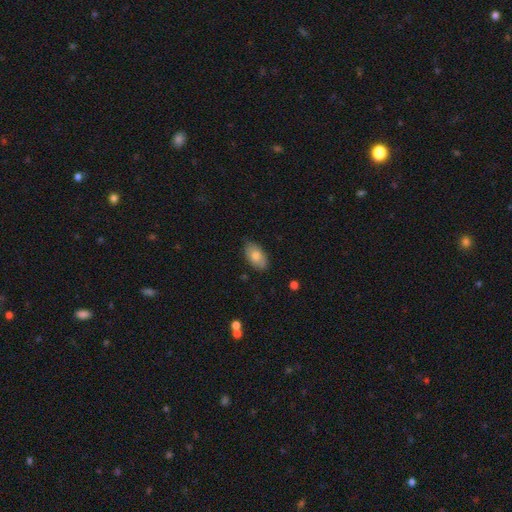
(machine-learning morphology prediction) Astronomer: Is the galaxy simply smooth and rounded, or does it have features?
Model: smooth — 75%.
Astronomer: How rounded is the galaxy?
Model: in between — 93%.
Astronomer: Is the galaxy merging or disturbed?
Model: none — 82%.